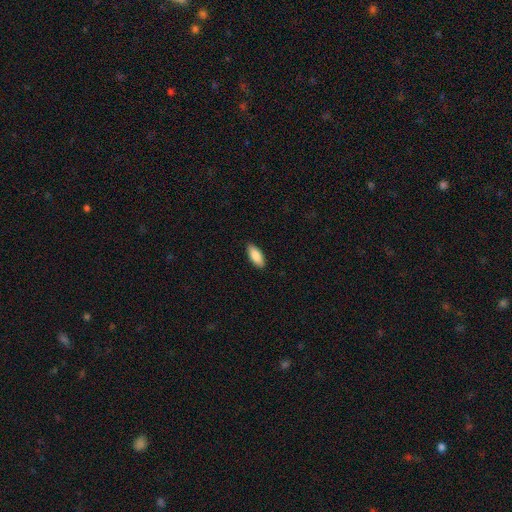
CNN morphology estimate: This is clearly a smooth galaxy (88%). How rounded: clearly in between (84%). Merging: clearly none (89%).